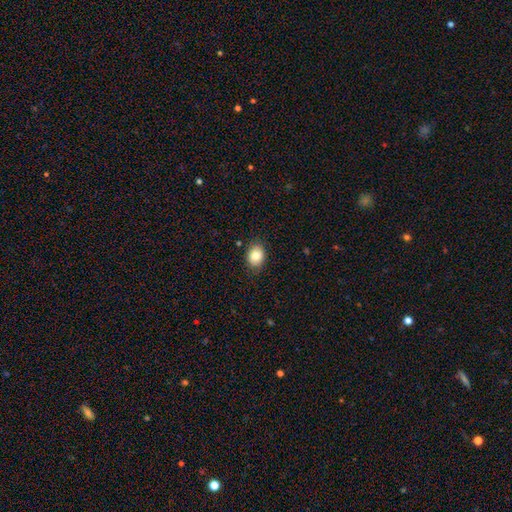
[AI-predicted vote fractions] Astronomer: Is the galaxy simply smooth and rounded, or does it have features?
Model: smooth — 83%.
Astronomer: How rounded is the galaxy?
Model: in between — 66%.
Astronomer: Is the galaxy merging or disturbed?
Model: none — 83%.